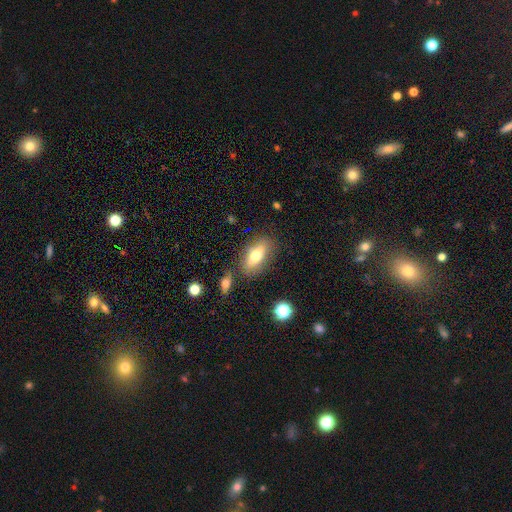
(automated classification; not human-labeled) This appears to be a smooth galaxy with no disk features (66%) that is in between round and cigar-shaped (81%). Merging: none (77%).